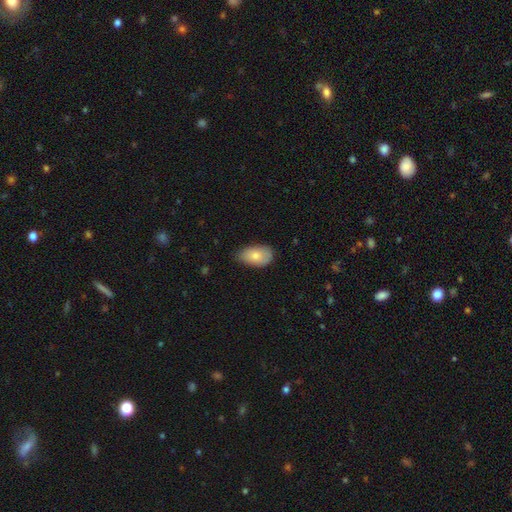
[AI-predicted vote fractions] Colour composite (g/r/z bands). It shows a smooth galaxy with no disk features (77%) that is in between round and cigar-shaped (92%). Merging: none (66%).